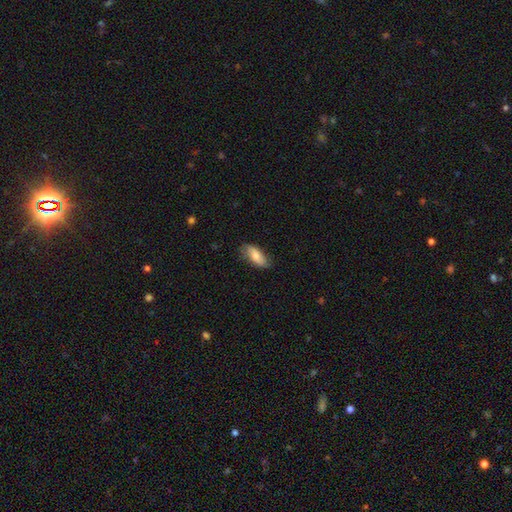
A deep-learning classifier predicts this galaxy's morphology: type=smooth (73%); roundness=in between (85%); merging=none (76%).